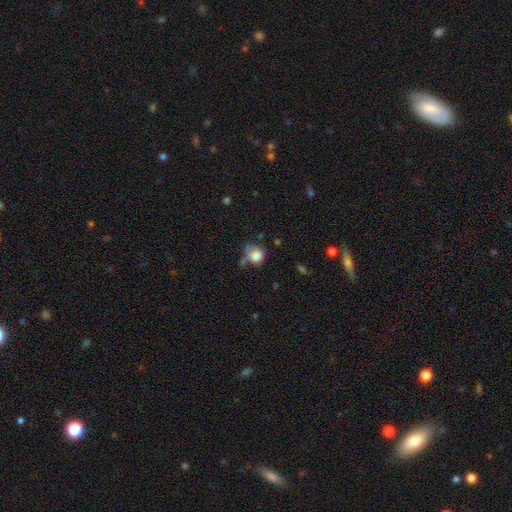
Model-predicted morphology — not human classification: Q: Smooth or featured?
A: smooth (79%); runner-up: featured or disk (11%)
Q: How rounded?
A: round (66%); runner-up: in between (33%)
Q: Merging?
A: none (36%); runner-up: minor disturbance (28%)